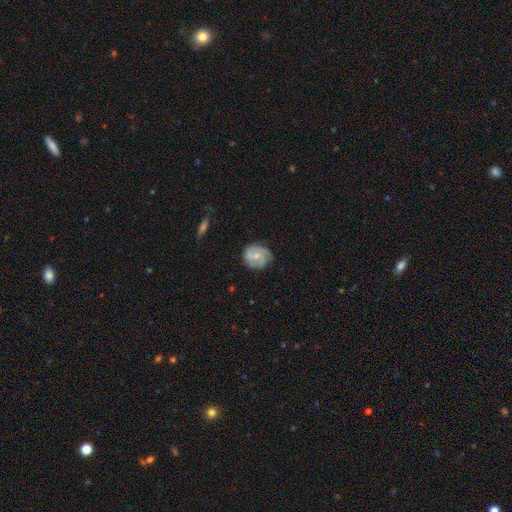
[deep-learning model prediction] Overall: featured or disk (68%). Edge-on disk: no (98%). Bar: no (52%; weak 40%). Spiral arms: yes (92%). Spiral arm count: 2 (45%; 3 26%). Spiral winding: tight (48%; medium 39%). Bulge size: small (56%; moderate 37%). Merging: none (73%).